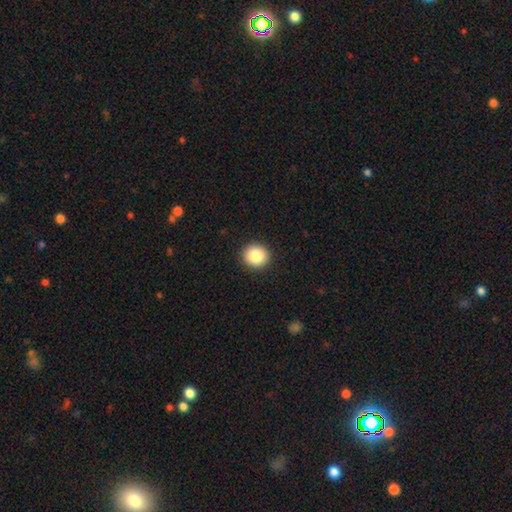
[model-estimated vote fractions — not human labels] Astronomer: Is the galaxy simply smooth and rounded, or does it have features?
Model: smooth — 86%.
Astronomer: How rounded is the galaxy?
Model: round — 88%.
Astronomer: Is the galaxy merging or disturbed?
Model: none — 93%.